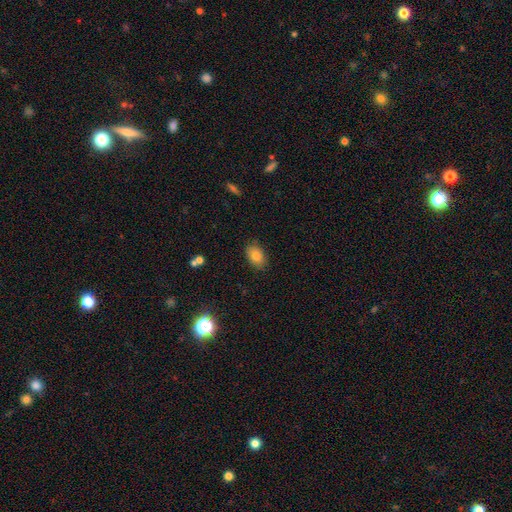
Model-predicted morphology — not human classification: smooth-or-featured: smooth: 82% | star or artifact: 9% | featured or disk: 9%
  how-rounded: in between: 86% | round: 13% | cigar-shaped: 1%
  merging: none: 85% | minor disturbance: 11% | major disturbance: 3% | merger: 1%